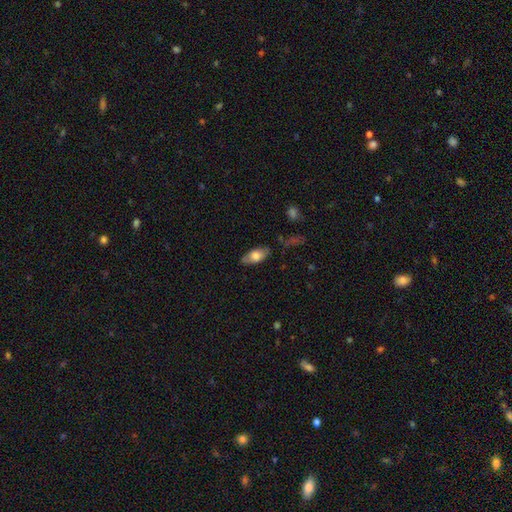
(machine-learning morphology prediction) Smooth or featured? Predicted: smooth (p=0.70). How rounded? Predicted: in between (p=0.85). Merging? Predicted: none (p=0.75).